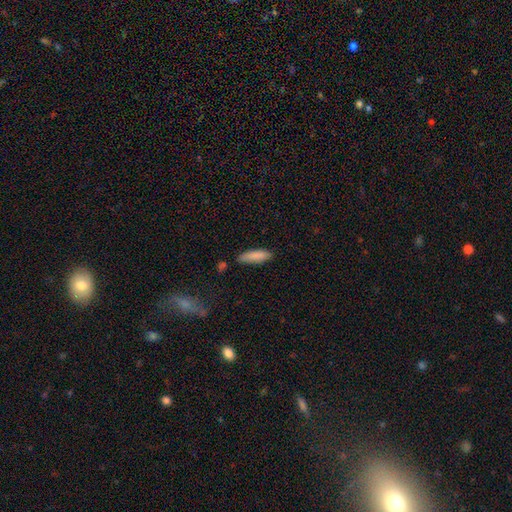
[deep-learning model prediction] This is clearly a smooth galaxy (87%). How rounded: possibly cigar-shaped (58%). Merging: likely none (78%).